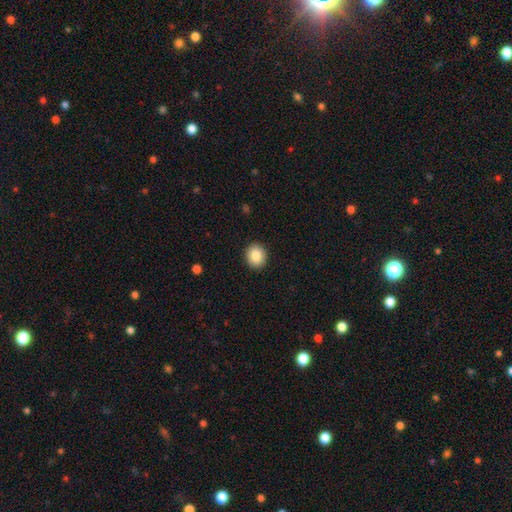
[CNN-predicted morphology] smooth 85%, star or artifact 8%, featured or disk 7%. Down the decision tree: how rounded — round (71%); merging — none (92%).